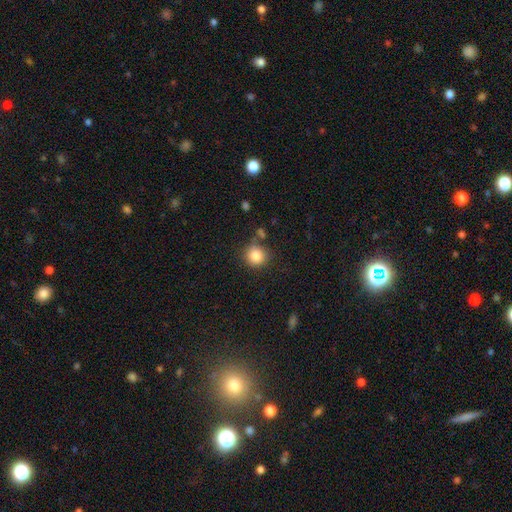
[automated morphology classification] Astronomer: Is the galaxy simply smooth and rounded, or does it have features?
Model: smooth — 84%.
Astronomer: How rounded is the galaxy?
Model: round — 91%.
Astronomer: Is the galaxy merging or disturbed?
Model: none — 79%.